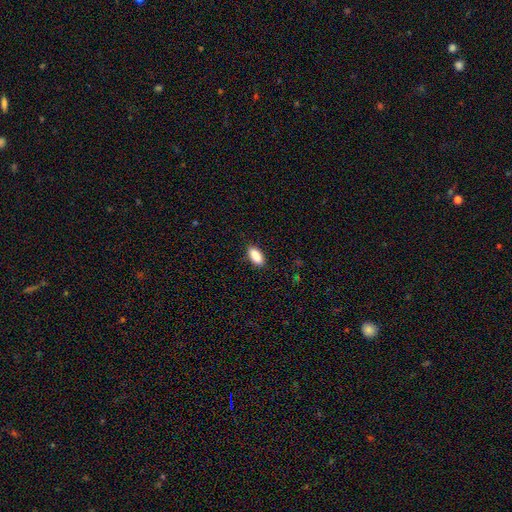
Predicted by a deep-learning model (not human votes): A smooth galaxy with no disk features (89%) that is in between round and cigar-shaped (89%). Merging: none (88%).